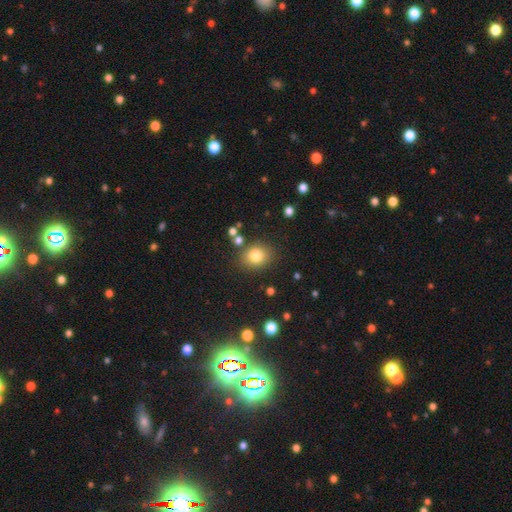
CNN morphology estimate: Smooth or featured?
  - smooth: 80% *
  - star or artifact: 12%
  - featured or disk: 8%
How rounded?
  - round: 54% *
  - in between: 45%
  - cigar-shaped: 1%
Merging?
  - none: 80% *
  - minor disturbance: 11%
  - merger: 5%
  - major disturbance: 4%